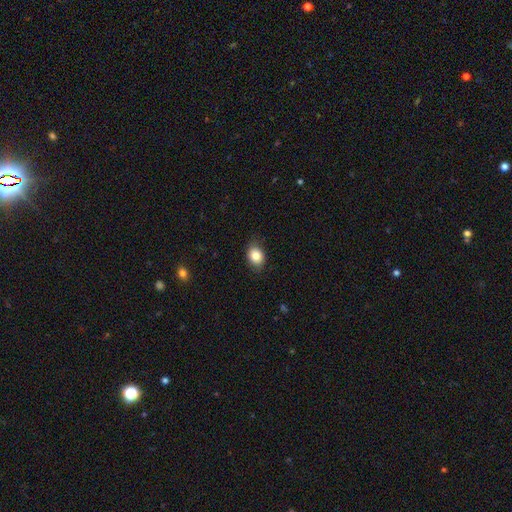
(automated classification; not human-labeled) Smooth or featured: smooth — 84% (star or artifact — 8%)
How rounded: in between — 65% (round — 33%)
Merging: none — 80% (minor disturbance — 16%)